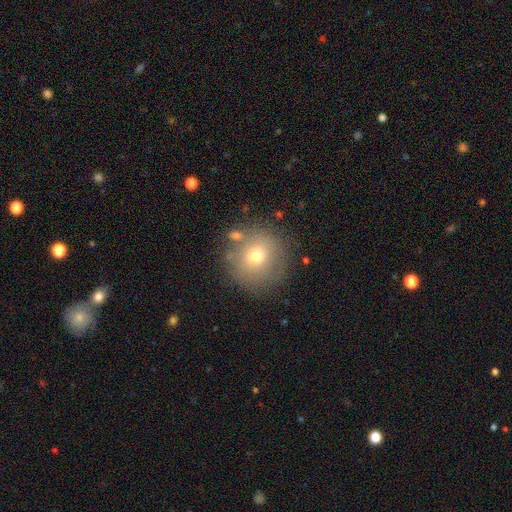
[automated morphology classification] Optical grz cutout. It shows a smooth galaxy with no disk features (68%) that is round (93%). Merging: none (79%).